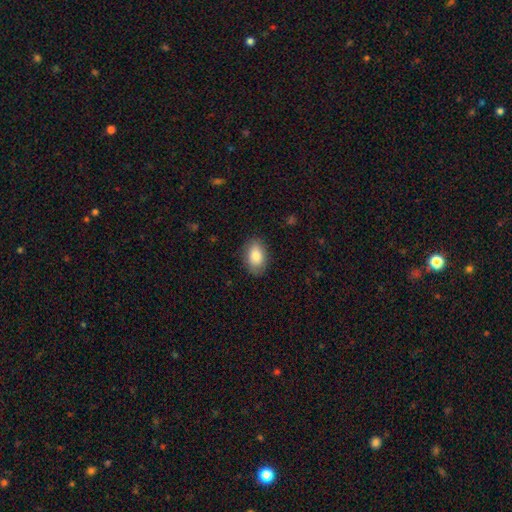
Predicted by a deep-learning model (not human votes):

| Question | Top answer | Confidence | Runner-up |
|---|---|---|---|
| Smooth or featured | smooth | 85% | featured or disk (8%) |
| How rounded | in between | 88% | round (10%) |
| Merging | none | 84% | minor disturbance (12%) |